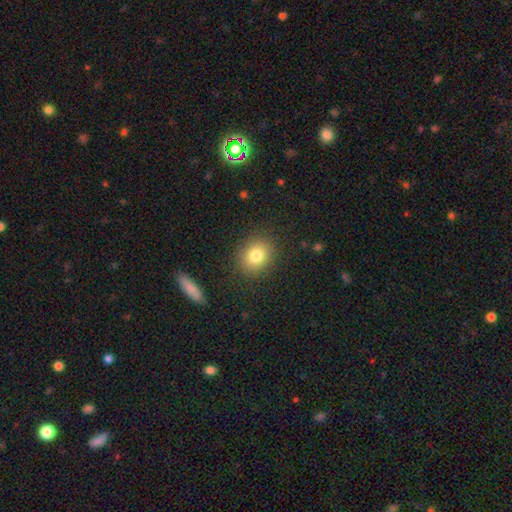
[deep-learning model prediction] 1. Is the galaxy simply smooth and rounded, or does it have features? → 80% smooth, 11% star or artifact, 9% featured or disk.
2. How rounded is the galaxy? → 71% round, 28% in between, 1% cigar-shaped.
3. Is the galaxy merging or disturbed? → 87% none, 8% minor disturbance, 3% major disturbance, 1% merger.